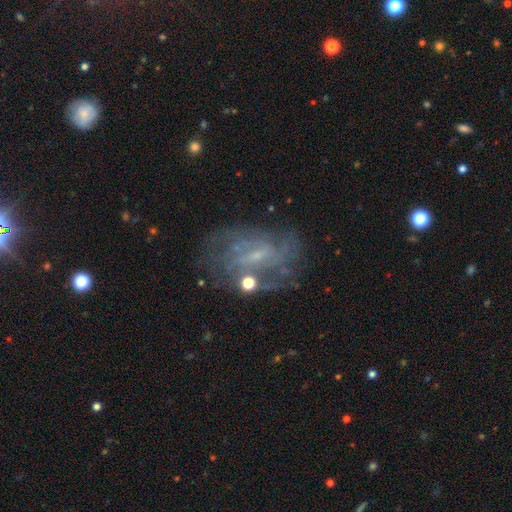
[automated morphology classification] A featured or disk galaxy (71%) with a weak bar (50%), spiral arms (74%) and a small central bulge (63%). Merging: none (61%).